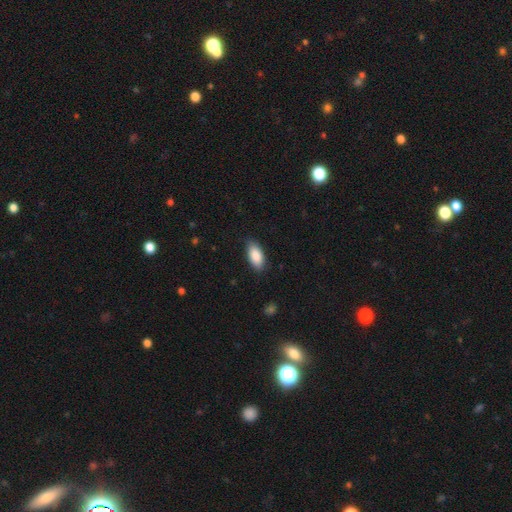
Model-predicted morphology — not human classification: A smooth galaxy with no disk features (87%) that is in between round and cigar-shaped (91%).

Vote fractions:
- Smooth or featured? smooth: 87% / featured or disk: 6% / star or artifact: 6%
- How rounded? in between: 91% / cigar-shaped: 7% / round: 2%
- Merging? none: 83% / minor disturbance: 14% / major disturbance: 3% / merger: 1%